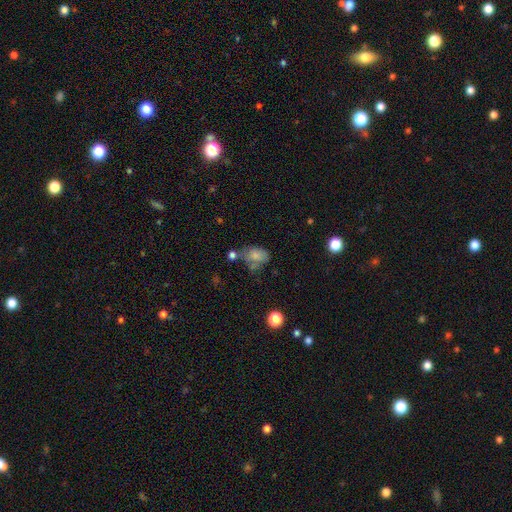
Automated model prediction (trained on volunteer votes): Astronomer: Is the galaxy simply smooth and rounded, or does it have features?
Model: smooth — 75%.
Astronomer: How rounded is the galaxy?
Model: in between — 77%.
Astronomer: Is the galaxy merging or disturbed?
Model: none — 41% (runner-up: minor disturbance, 27%).